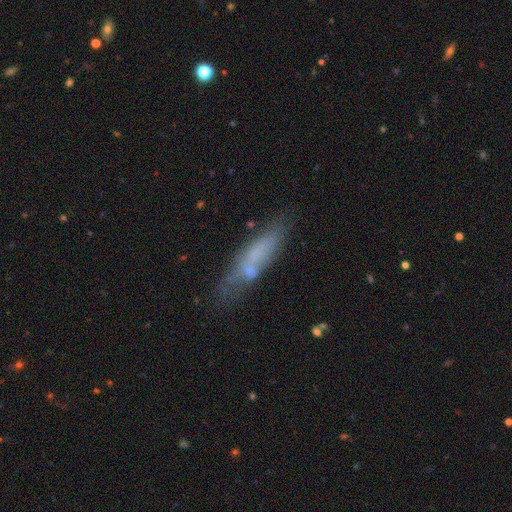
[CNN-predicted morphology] smooth-or-featured: smooth: 52% | featured or disk: 38% | star or artifact: 10%
  how-rounded: cigar-shaped: 75% | in between: 23% | round: 2%
  merging: none: 60% | minor disturbance: 23% | major disturbance: 10% | merger: 7%